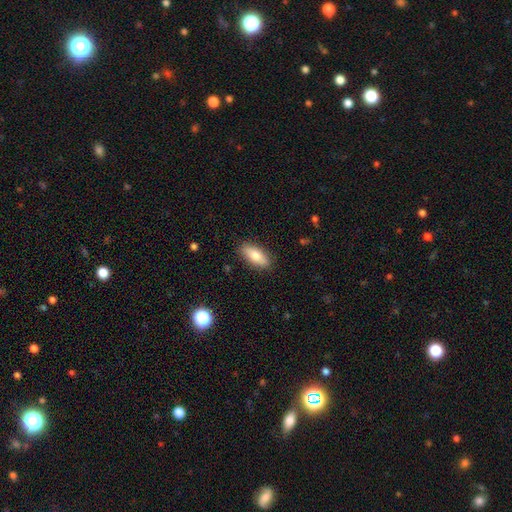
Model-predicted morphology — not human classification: Smooth or featured?
  - smooth: 76% *
  - featured or disk: 17%
  - star or artifact: 7%
How rounded?
  - in between: 80% *
  - cigar-shaped: 17%
  - round: 3%
Merging?
  - none: 88% *
  - minor disturbance: 9%
  - major disturbance: 2%
  - merger: 1%